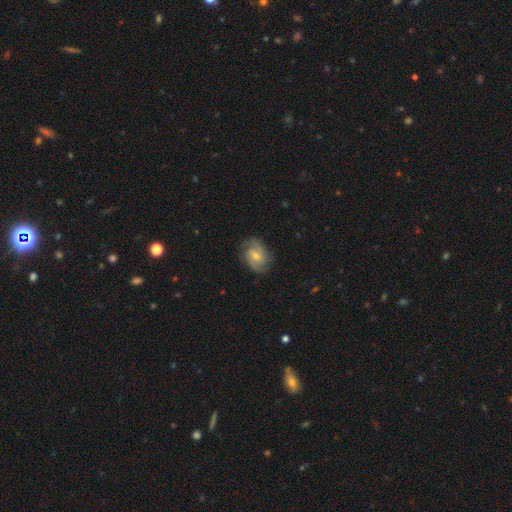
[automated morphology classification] Q: Smooth or featured?
A: featured or disk (70%); runner-up: smooth (21%)
Q: Edge-on disk?
A: no (97%); runner-up: yes (3%)
Q: Bar?
A: no (48%); runner-up: weak (43%)
Q: Spiral arms?
A: yes (92%); runner-up: no (8%)
Q: Spiral winding?
A: medium (43%); runner-up: tight (42%)
Q: Spiral arm count?
A: 2 (60%); runner-up: can't tell (19%)
Q: Bulge size?
A: moderate (48%); runner-up: small (47%)
Q: Merging?
A: none (79%); runner-up: minor disturbance (15%)